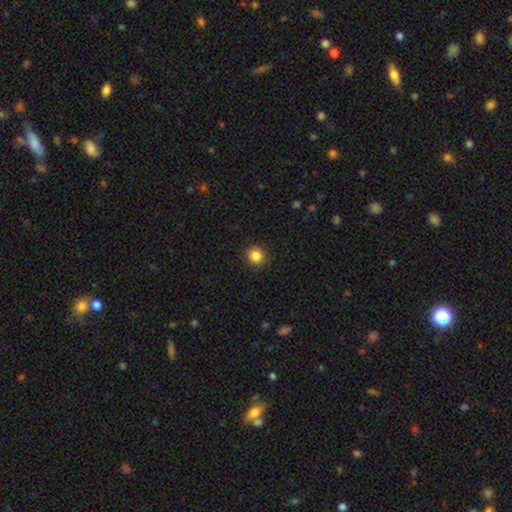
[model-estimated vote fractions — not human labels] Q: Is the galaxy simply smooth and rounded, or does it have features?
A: smooth — 85%.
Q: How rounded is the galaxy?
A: round — 92%.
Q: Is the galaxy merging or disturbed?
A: none — 91%.